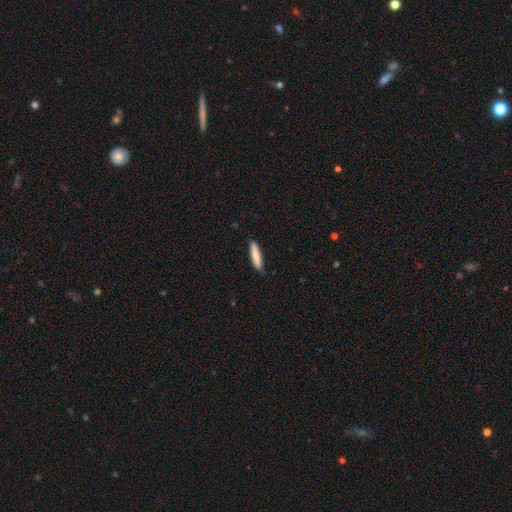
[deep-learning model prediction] Smooth or featured: smooth — 82% (featured or disk — 12%)
How rounded: cigar-shaped — 84% (in between — 15%)
Merging: none — 85% (minor disturbance — 12%)